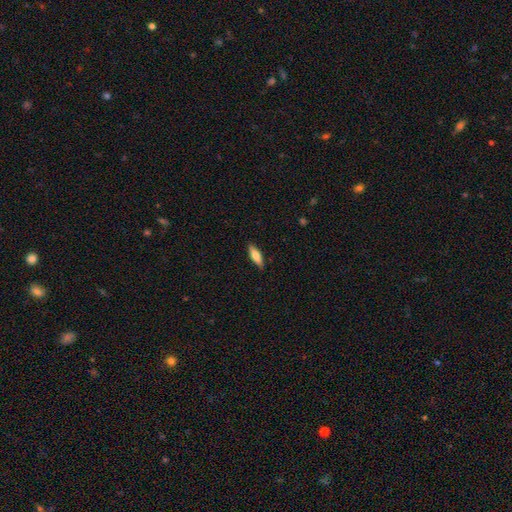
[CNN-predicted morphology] Overall: smooth (71%). How rounded: cigar-shaped (50%; in between 48%). Merging: none (87%).